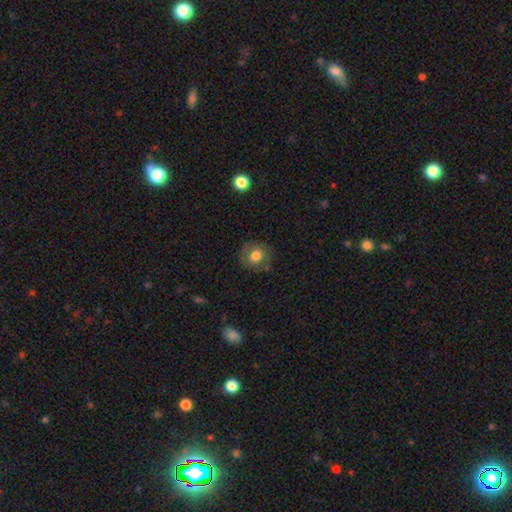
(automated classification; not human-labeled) Smooth or featured? smooth (71%)
How rounded? round (78%)
Merging? none (78%)